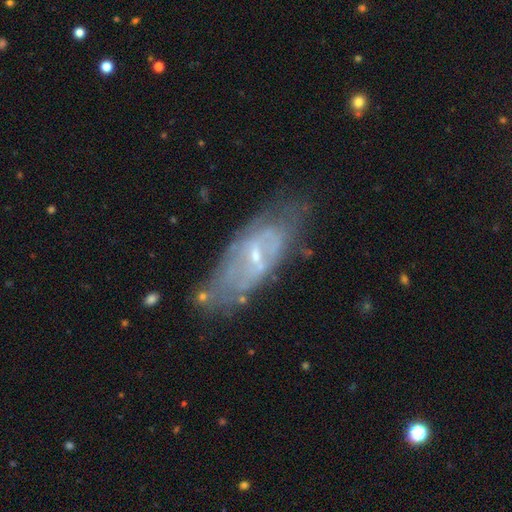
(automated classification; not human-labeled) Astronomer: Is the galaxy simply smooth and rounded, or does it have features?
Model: featured or disk — 70%.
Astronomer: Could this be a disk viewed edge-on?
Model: no — 84%.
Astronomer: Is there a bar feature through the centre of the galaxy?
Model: weak — 49% (runner-up: no, 32%).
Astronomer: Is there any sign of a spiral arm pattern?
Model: yes — 53% (runner-up: no, 47%).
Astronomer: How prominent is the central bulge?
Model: small — 69%.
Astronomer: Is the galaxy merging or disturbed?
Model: none — 62%.